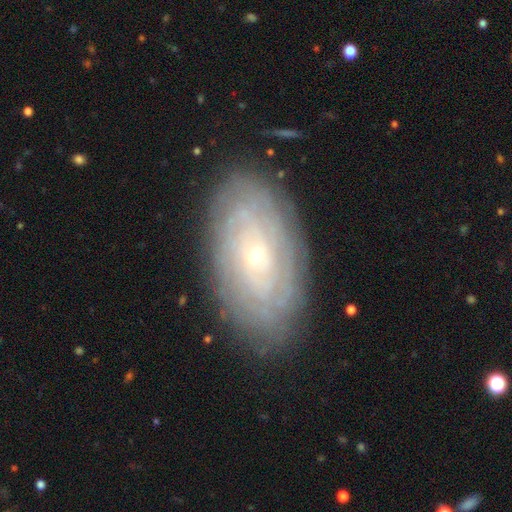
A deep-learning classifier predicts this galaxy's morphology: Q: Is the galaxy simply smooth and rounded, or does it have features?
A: featured or disk — 72%.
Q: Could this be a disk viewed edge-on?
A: no — 93%.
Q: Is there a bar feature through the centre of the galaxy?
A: no — 81%.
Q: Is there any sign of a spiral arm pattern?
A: yes — 82%.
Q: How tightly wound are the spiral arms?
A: tight — 83%.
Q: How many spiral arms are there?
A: can't tell — 63%.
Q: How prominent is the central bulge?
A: small — 78%.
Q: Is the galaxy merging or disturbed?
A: none — 83%.